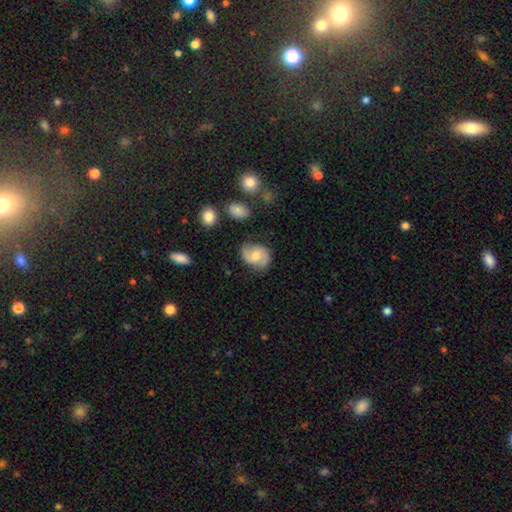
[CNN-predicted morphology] type=featured or disk (60%); edge-on=no (97%); bar=no (52%); spiral arms=yes (88%); winding=medium (46%); arm count=2 (87%); bulge=moderate (65%); merging=none (73%).